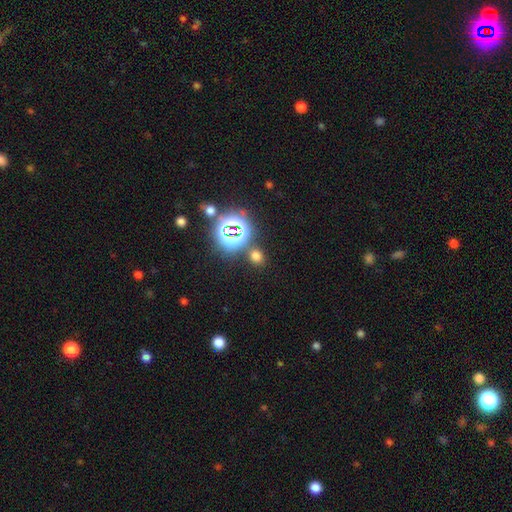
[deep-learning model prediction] Smooth or featured? smooth (62%)
How rounded? round (69%)
Merging? none (79%)